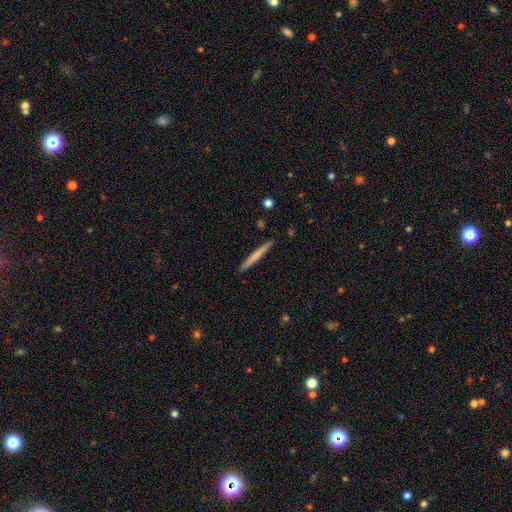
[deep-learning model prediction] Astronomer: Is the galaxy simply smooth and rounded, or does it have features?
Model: smooth — 63%.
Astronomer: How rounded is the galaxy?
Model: cigar-shaped — 97%.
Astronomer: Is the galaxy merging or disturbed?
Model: none — 90%.